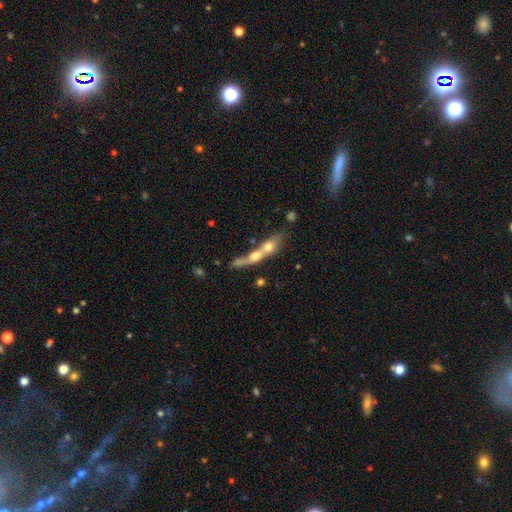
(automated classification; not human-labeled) A featured or disk galaxy (48%). Merging: merger (58%).